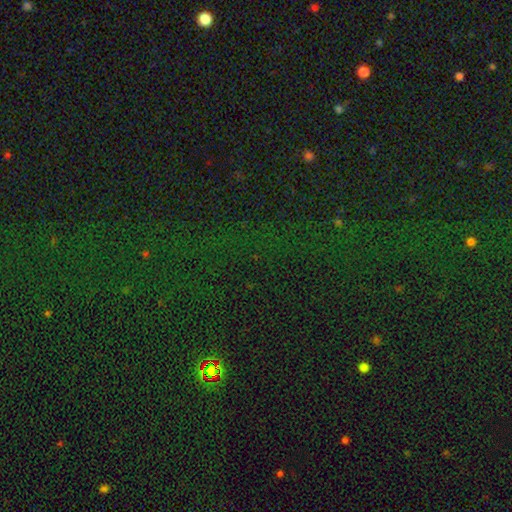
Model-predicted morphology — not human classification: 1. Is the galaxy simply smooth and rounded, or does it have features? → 78% star or artifact, 14% smooth, 8% featured or disk.